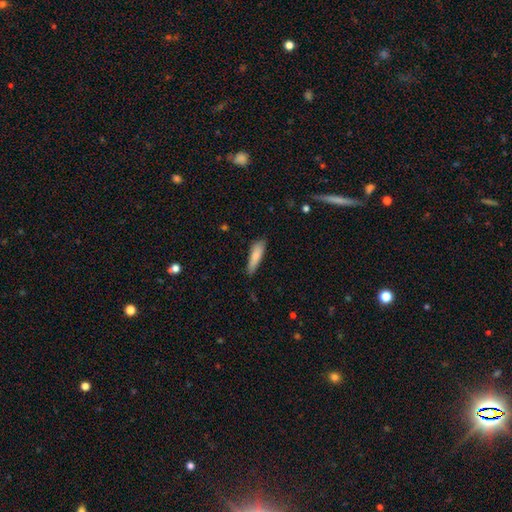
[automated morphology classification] A smooth galaxy with no disk features (80%) that is cigar-shaped (67%). Merging: none (76%).